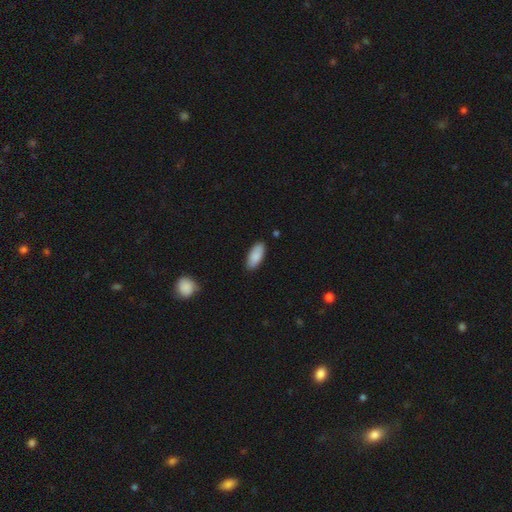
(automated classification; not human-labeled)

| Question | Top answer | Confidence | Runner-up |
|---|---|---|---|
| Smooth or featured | smooth | 88% | star or artifact (6%) |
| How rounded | in between | 85% | cigar-shaped (13%) |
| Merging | none | 85% | minor disturbance (11%) |